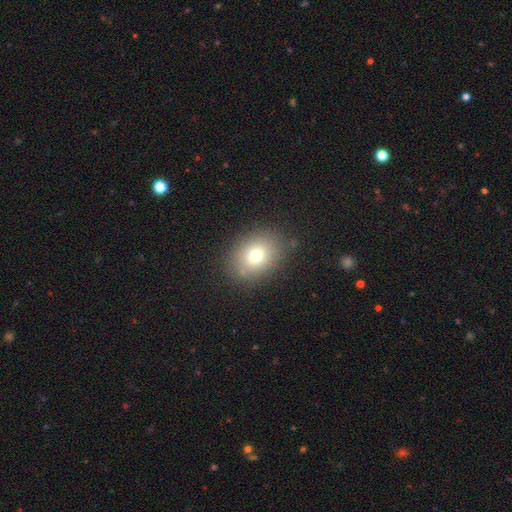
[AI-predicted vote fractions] Morphology: type=smooth (73%); roundness=in between (62%); merging=none (82%).